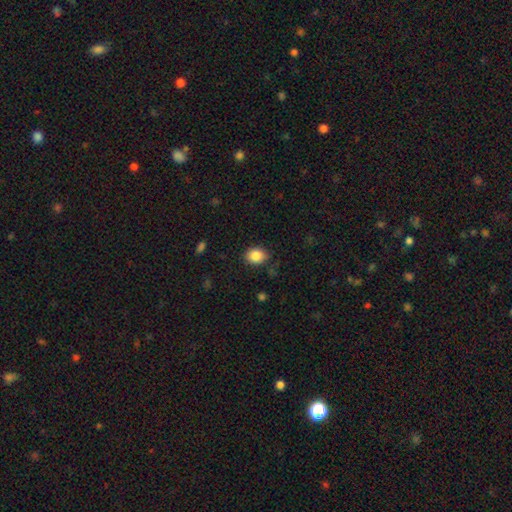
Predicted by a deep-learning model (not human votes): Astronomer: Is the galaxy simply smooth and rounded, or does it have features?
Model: smooth — 87%.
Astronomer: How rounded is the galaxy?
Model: round — 51% (runner-up: in between, 49%).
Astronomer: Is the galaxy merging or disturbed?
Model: none — 82%.